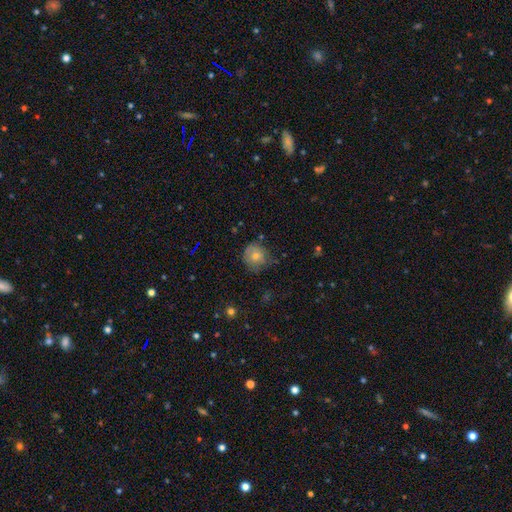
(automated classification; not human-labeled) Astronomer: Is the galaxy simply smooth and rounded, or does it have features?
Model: smooth — 64%.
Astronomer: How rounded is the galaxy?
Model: round — 86%.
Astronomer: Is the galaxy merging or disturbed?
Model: none — 68%.